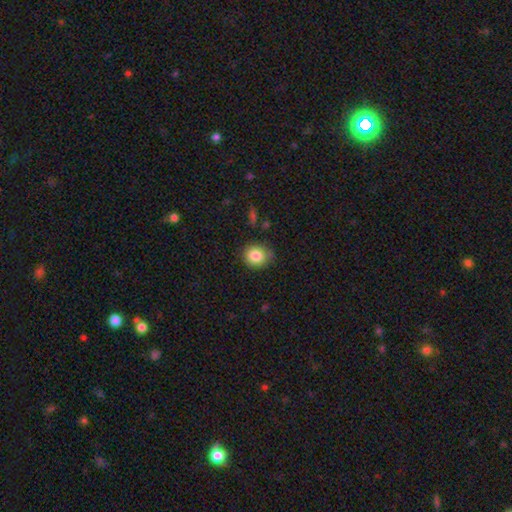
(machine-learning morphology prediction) The model was most divided on "how rounded": round: 79%, in between: 20%, cigar-shaped: 1%. More confident: smooth or featured — smooth (83%); merging — none (80%).